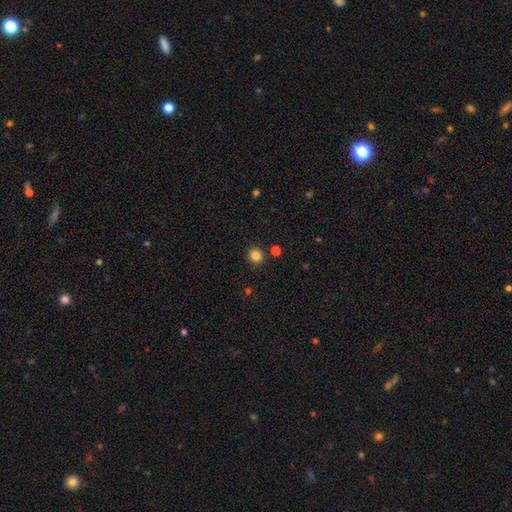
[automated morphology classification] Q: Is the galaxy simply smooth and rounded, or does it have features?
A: smooth — 85%.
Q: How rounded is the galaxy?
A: round — 90%.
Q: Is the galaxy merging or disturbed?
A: none — 87%.